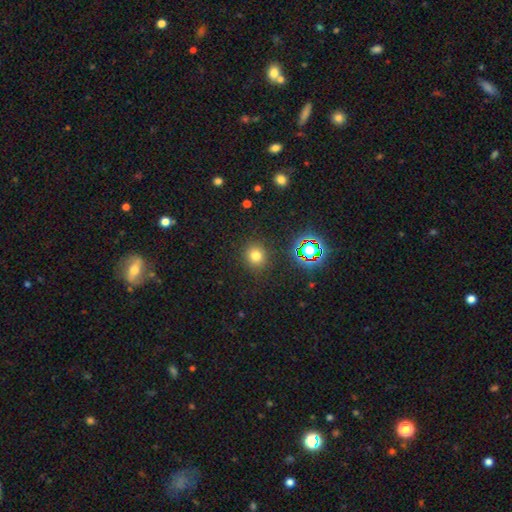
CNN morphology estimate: Overall: smooth (73%). How rounded: round (87%). Merging: none (87%).